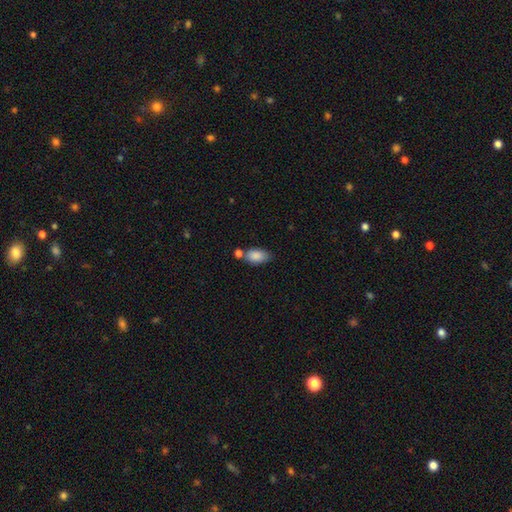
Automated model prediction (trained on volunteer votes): Smooth or featured? smooth (86%)
How rounded? in between (91%)
Merging? none (56%)